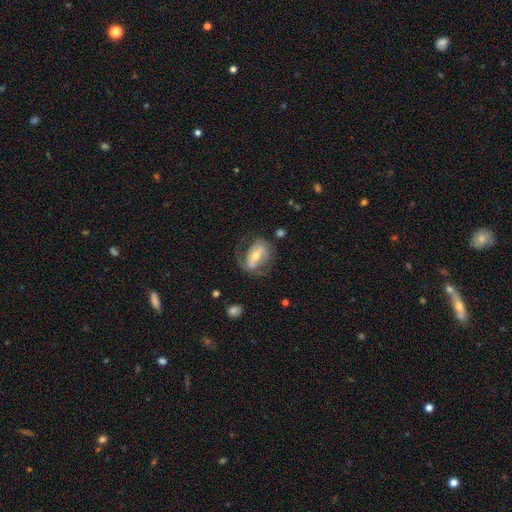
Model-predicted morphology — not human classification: The model was most divided on "bar": strong: 45%, weak: 31%, no: 24%. More confident: edge-on disk — no (93%); spiral arms — yes (66%); smooth or featured — featured or disk (63%); bulge size — moderate (56%); merging — none (52%).